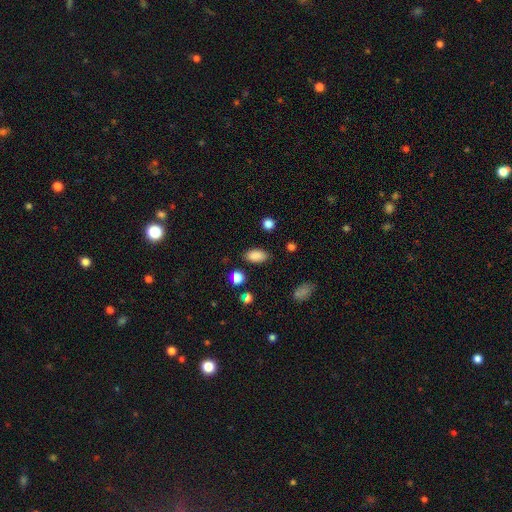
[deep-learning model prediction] A smooth galaxy with no disk features (86%) that is in between round and cigar-shaped (92%). Merging: none (84%).